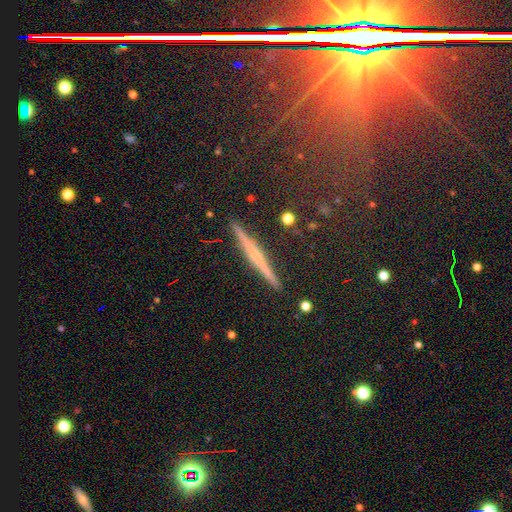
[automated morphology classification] Smooth or featured? Predicted: featured or disk (p=0.60). Edge-on disk? Predicted: yes (p=0.97). Edge-on bulge? Predicted: none (p=0.57). Merging? Predicted: none (p=0.90).